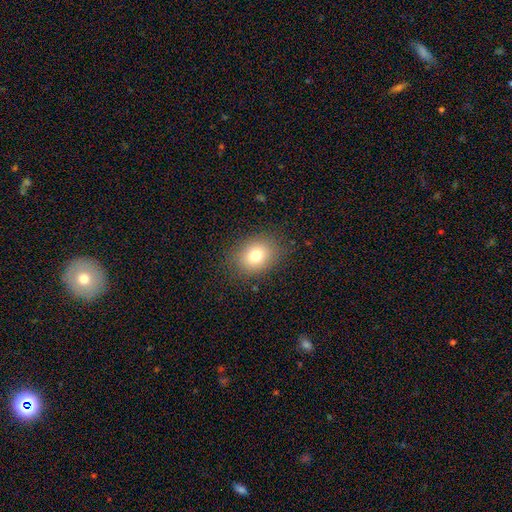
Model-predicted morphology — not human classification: The model was most divided on "how rounded": in between: 57%, round: 42%, cigar-shaped: 1%. More confident: merging — none (84%); smooth or featured — smooth (77%).